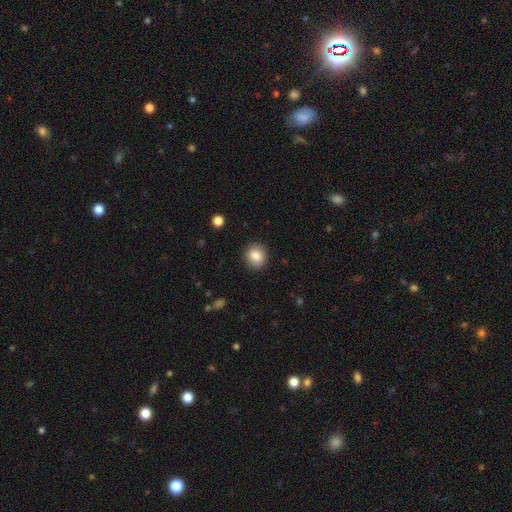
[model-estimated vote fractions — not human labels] Q: Smooth or featured?
A: smooth (85%); runner-up: star or artifact (9%)
Q: How rounded?
A: round (76%); runner-up: in between (23%)
Q: Merging?
A: none (89%); runner-up: minor disturbance (8%)